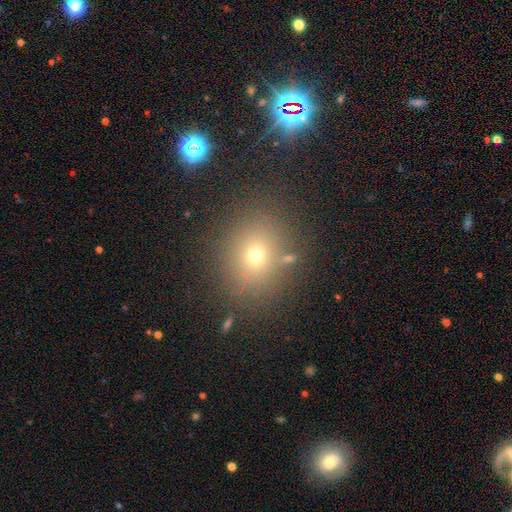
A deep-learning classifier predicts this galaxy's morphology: smooth-or-featured: smooth: 62% | star or artifact: 27% | featured or disk: 12%
  how-rounded: round: 71% | in between: 27% | cigar-shaped: 1%
  merging: none: 83% | minor disturbance: 9% | merger: 5% | major disturbance: 4%